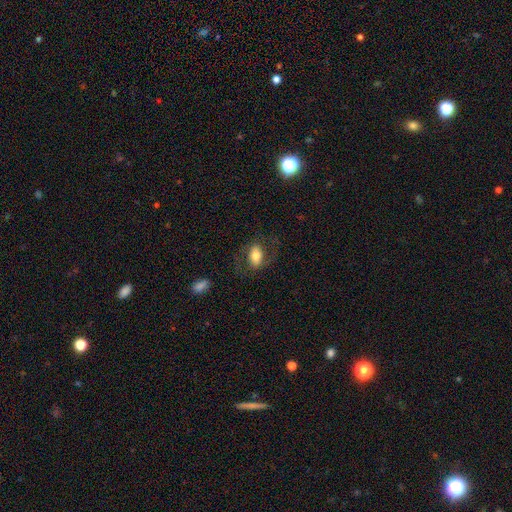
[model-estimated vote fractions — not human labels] smooth 63%, featured or disk 29%, star or artifact 7%. Down the decision tree: how rounded — in between (87%); merging — none (69%).